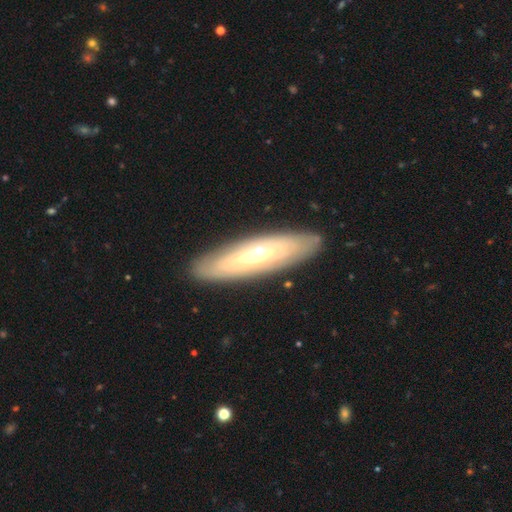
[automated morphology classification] smooth-or-featured: featured or disk: 58% | smooth: 36% | star or artifact: 6%
  disk-edge-on: no: 58% | yes: 42%
  merging: none: 87% | minor disturbance: 9% | major disturbance: 2% | merger: 1%